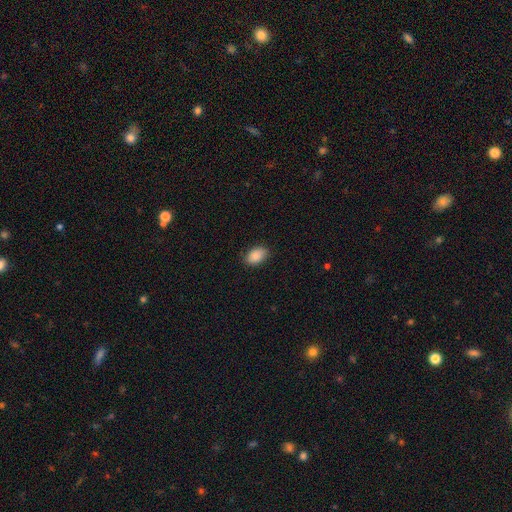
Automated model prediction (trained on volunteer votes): This is clearly a smooth galaxy (88%). How rounded: clearly in between (88%). Merging: clearly none (84%).